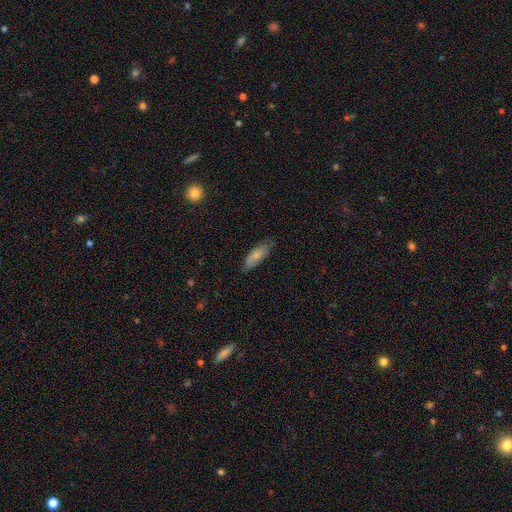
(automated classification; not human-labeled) Smooth or featured? smooth (78%)
How rounded? in between (65%)
Merging? none (73%)